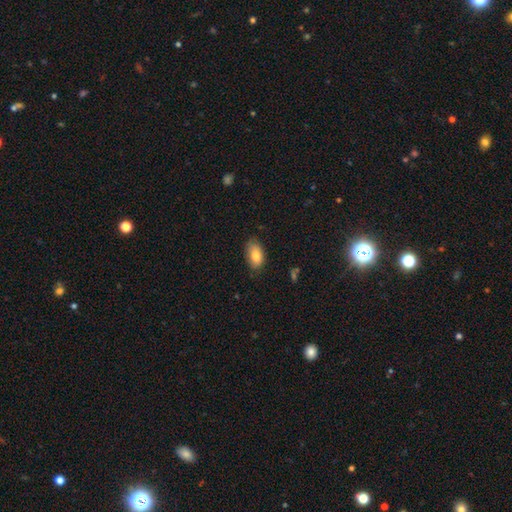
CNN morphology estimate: The model was most divided on "merging": none: 76%, minor disturbance: 19%, major disturbance: 3%, merger: 1%. More confident: how rounded — in between (92%); smooth or featured — smooth (83%).